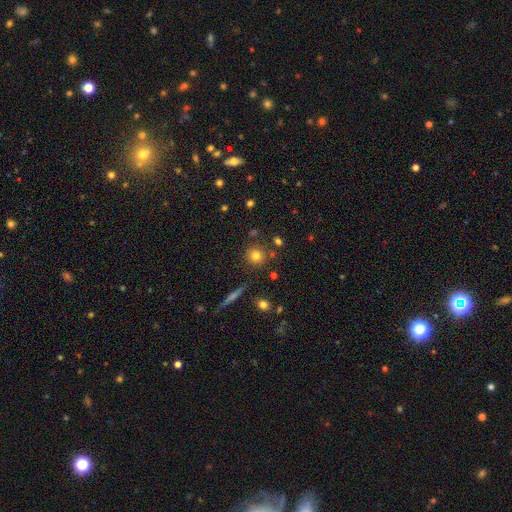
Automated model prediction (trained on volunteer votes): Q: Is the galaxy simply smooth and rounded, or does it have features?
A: smooth — 77%.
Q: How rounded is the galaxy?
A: round — 90%.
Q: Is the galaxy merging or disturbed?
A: none — 82%.